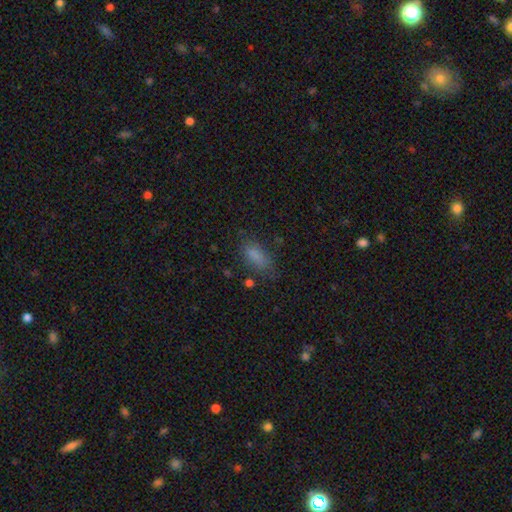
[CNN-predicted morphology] Smooth or featured? smooth (81%)
How rounded? in between (80%)
Merging? none (69%)